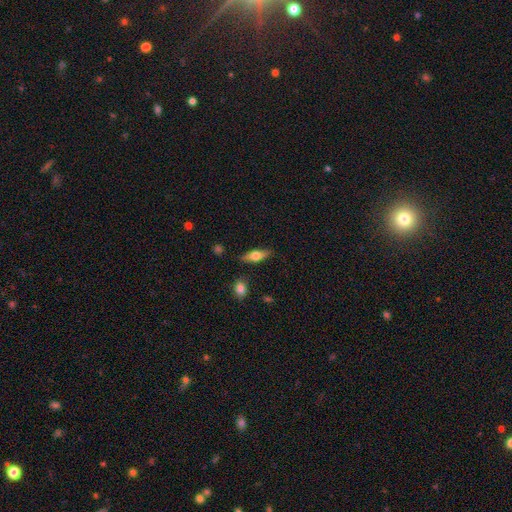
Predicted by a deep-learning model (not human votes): smooth 60%, featured or disk 33%, star or artifact 7%. Down the decision tree: how rounded — in between (58%); merging — none (82%).